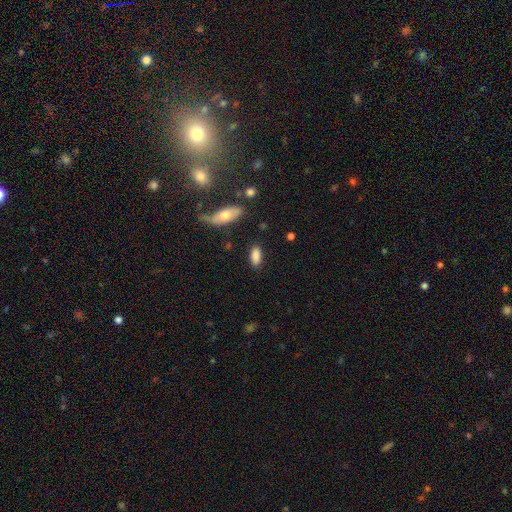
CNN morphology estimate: A smooth galaxy with no disk features (86%) that is in between round and cigar-shaped (83%).

Vote fractions:
- Smooth or featured? smooth: 86% / star or artifact: 7% / featured or disk: 7%
- How rounded? in between: 83% / cigar-shaped: 15% / round: 3%
- Merging? none: 83% / minor disturbance: 11% / major disturbance: 3% / merger: 3%